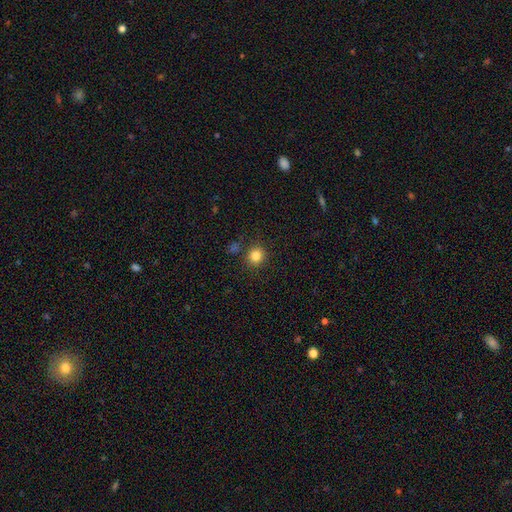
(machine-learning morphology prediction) This is clearly a smooth galaxy (83%). How rounded: clearly round (91%). Merging: clearly none (86%).